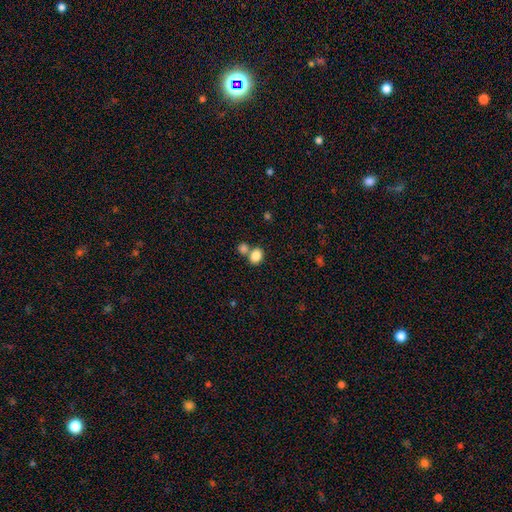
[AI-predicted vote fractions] smooth 85%, star or artifact 9%, featured or disk 6%. Down the decision tree: how rounded — in between (50%); merging — none (52%).